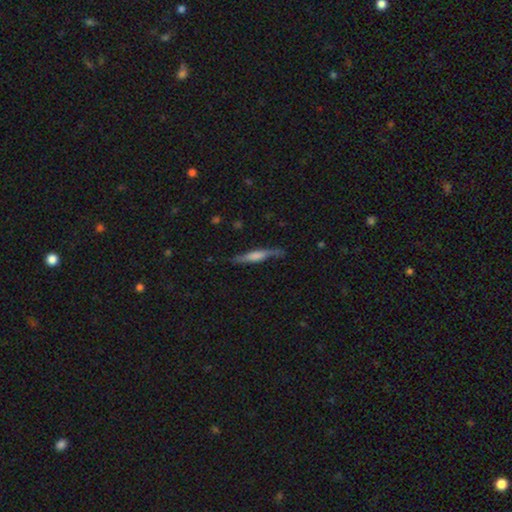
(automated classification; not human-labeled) smooth-or-featured: featured or disk: 65% | smooth: 28% | star or artifact: 7%
  disk-edge-on: yes: 89% | no: 11%
    edge-on-bulge: rounded: 50% | boxy: 35% | none: 16%
  merging: none: 76% | minor disturbance: 18% | major disturbance: 5% | merger: 2%